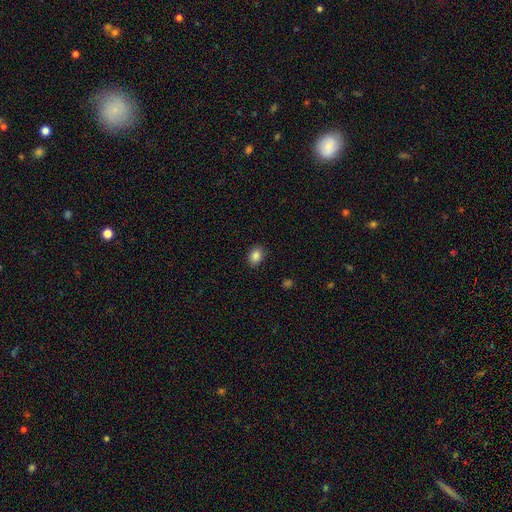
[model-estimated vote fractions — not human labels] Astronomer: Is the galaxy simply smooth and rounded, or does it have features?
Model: smooth — 87%.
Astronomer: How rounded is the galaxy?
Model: in between — 67%.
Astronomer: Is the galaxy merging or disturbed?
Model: none — 87%.